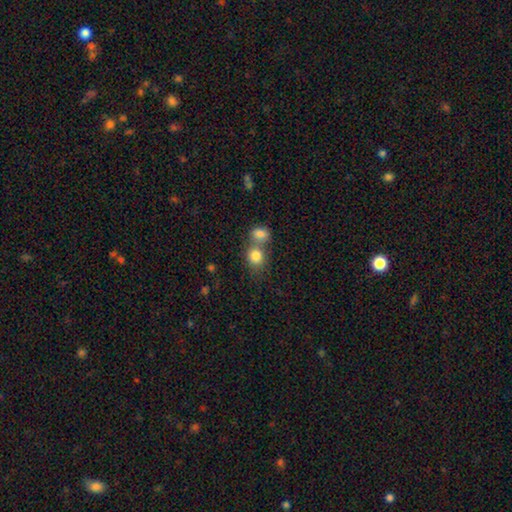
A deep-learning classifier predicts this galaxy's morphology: This appears to be a smooth galaxy with no disk features (82%) that is round (71%). Merging: merger (49%).